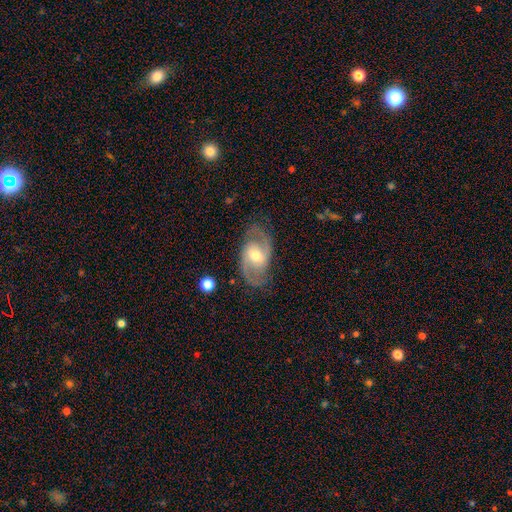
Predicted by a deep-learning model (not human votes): This is clearly a featured or disk galaxy (84%). It is clearly not viewed edge-on (96%). Bar: possibly weak (50%). Spiral arm pattern: clearly yes (93%). Spiral arm count: clearly 2 (91%). Spiral winding: possibly medium (55%). Central bulge: likely moderate (62%). Merging: clearly none (80%).